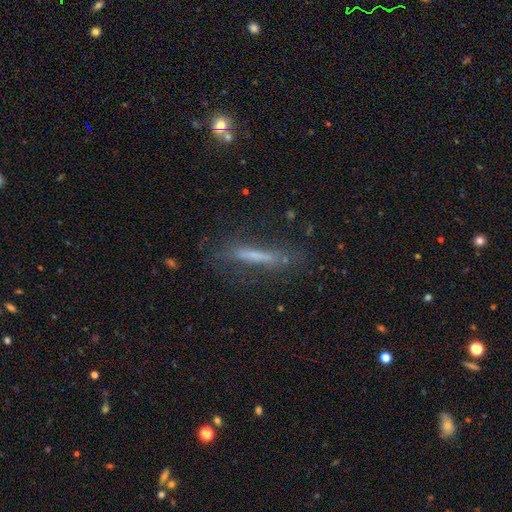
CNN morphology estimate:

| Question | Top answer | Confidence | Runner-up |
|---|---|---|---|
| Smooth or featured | smooth | 45% | featured or disk (42%) |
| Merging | none | 70% | minor disturbance (17%) |